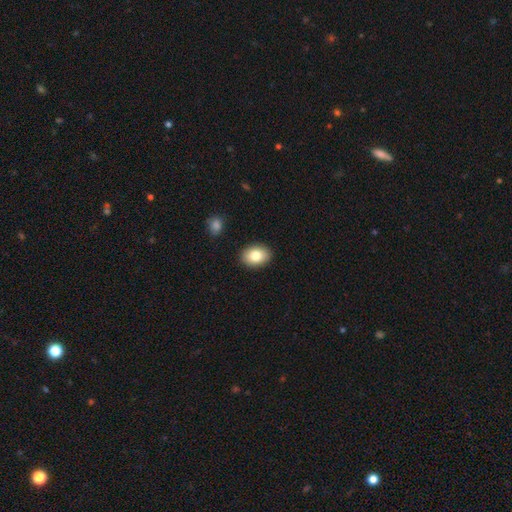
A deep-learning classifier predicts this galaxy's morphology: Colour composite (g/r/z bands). It shows a smooth galaxy with no disk features (83%) that is in between round and cigar-shaped (79%). Merging: none (89%).